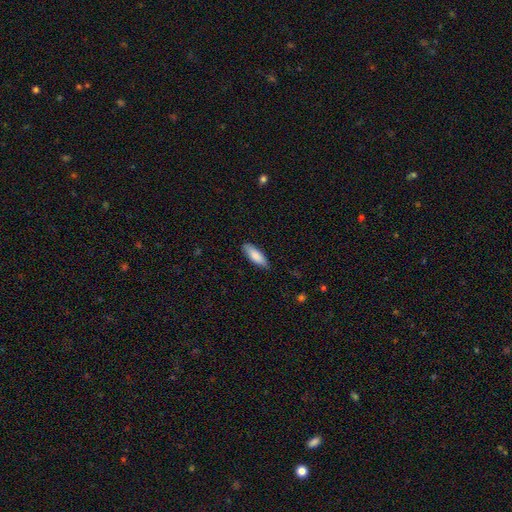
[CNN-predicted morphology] smooth_or_featured: smooth (p=0.86) [alt: featured or disk p=0.09]
how_rounded: in between (p=0.62) [alt: cigar-shaped p=0.36]
merging: none (p=0.84) [alt: minor disturbance p=0.13]